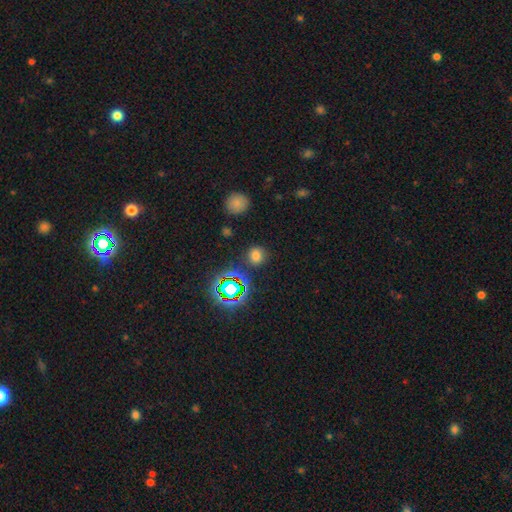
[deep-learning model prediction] Overall: smooth (69%). How rounded: round (81%). Merging: none (83%).